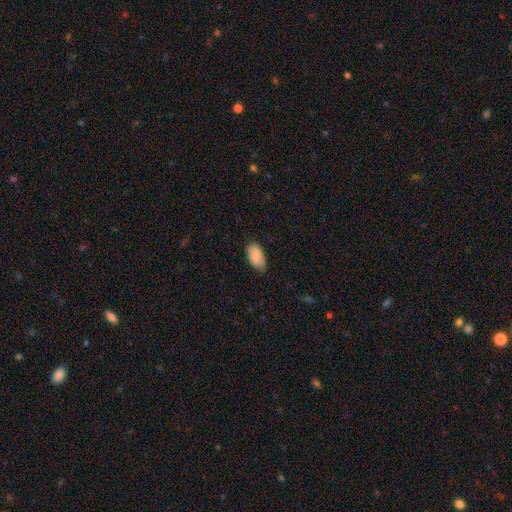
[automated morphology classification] Q: Smooth or featured?
A: smooth (88%); runner-up: star or artifact (6%)
Q: How rounded?
A: in between (95%); runner-up: round (3%)
Q: Merging?
A: none (70%); runner-up: minor disturbance (25%)